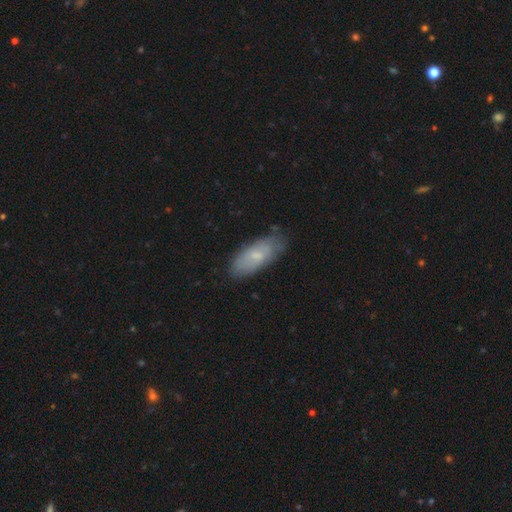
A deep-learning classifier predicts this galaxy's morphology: This appears to be a smooth galaxy with no disk features (62%) that is in between round and cigar-shaped (79%). Merging: none (72%).